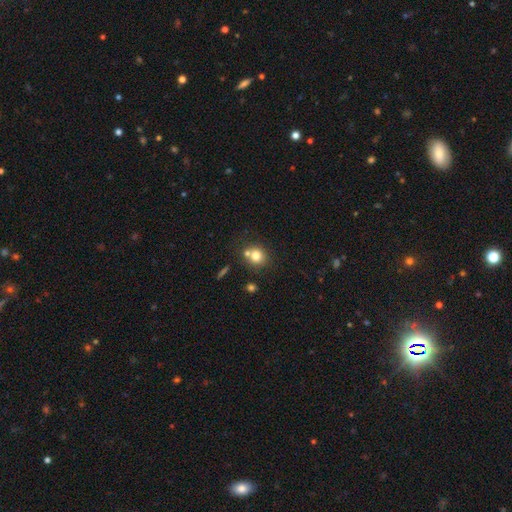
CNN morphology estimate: This is likely a smooth galaxy (77%). How rounded: likely round (80%). Merging: possibly none (58%).